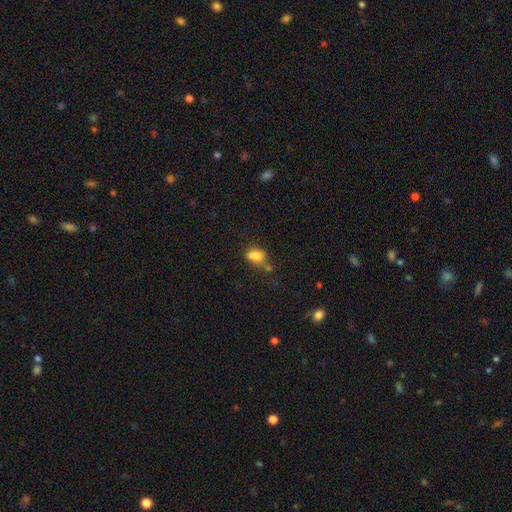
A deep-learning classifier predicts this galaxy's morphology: smooth-or-featured: smooth: 76% | featured or disk: 12% | star or artifact: 12%
  how-rounded: in between: 68% | round: 29% | cigar-shaped: 3%
  merging: none: 36% | merger: 30% | minor disturbance: 23% | major disturbance: 11%